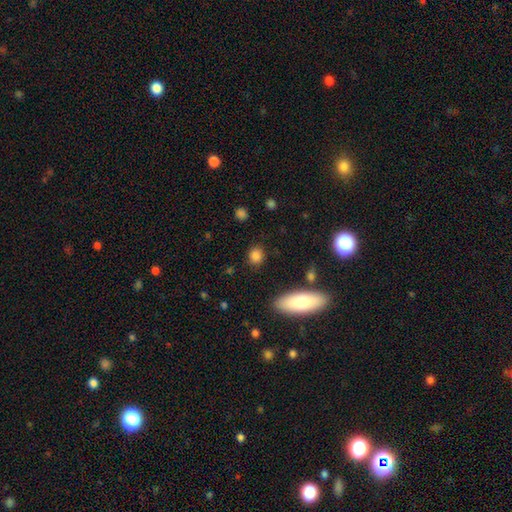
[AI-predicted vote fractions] Q: Smooth or featured?
A: smooth (85%); runner-up: star or artifact (10%)
Q: How rounded?
A: round (64%); runner-up: in between (33%)
Q: Merging?
A: none (85%); runner-up: minor disturbance (10%)